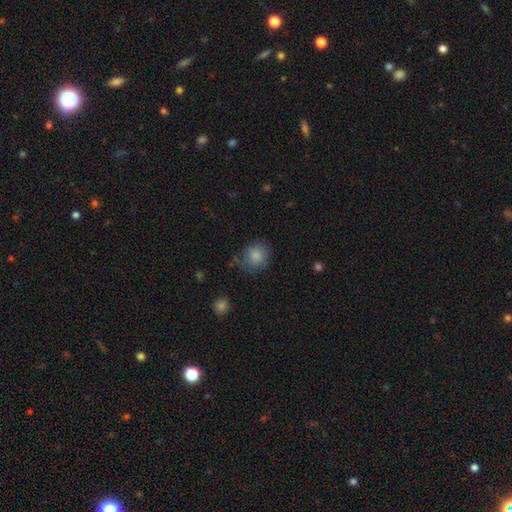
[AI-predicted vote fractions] Smooth or featured: smooth — 85% (star or artifact — 9%)
How rounded: round — 81% (in between — 18%)
Merging: none — 76% (minor disturbance — 17%)